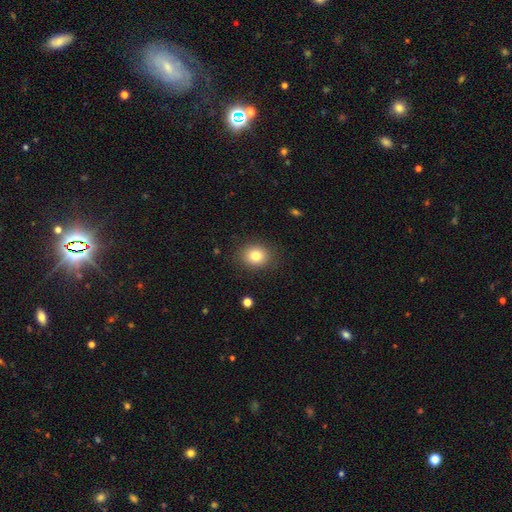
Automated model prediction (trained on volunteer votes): The model was most divided on "how rounded": round: 66%, in between: 33%, cigar-shaped: 1%. More confident: merging — none (87%); smooth or featured — smooth (80%).